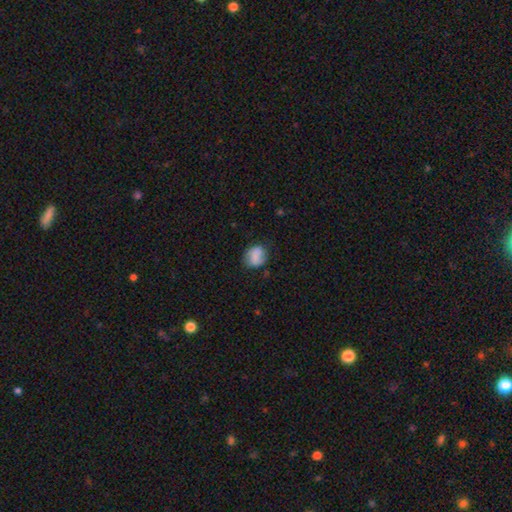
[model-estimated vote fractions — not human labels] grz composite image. It shows a smooth galaxy with no disk features (69%) that is round (60%). Merging: none (69%).